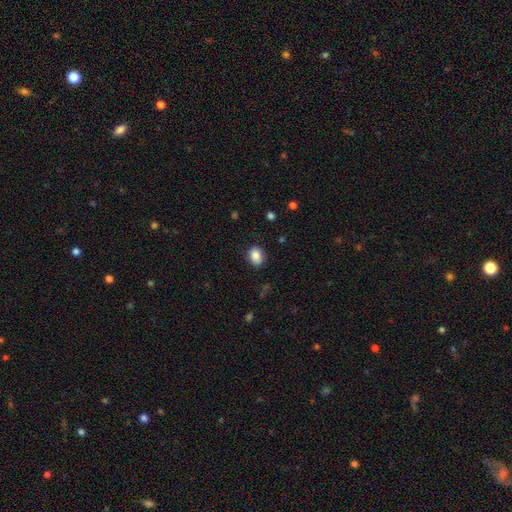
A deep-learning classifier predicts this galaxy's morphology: Smooth or featured?
  - smooth: 87% *
  - star or artifact: 9%
  - featured or disk: 5%
How rounded?
  - in between: 66% *
  - round: 32%
  - cigar-shaped: 1%
Merging?
  - none: 81% *
  - minor disturbance: 14%
  - major disturbance: 3%
  - merger: 1%